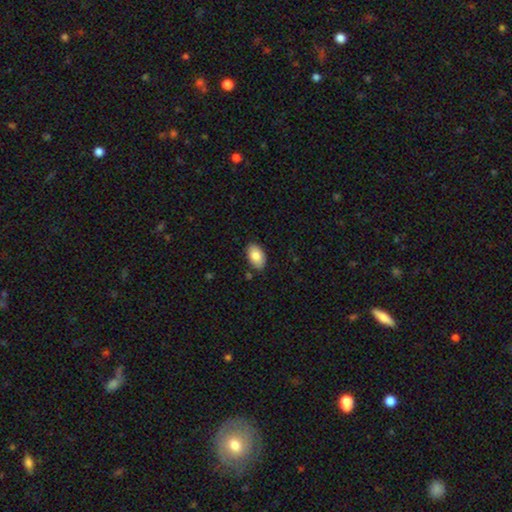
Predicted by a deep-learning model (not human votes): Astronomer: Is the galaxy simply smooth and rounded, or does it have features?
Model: smooth — 85%.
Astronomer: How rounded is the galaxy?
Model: in between — 94%.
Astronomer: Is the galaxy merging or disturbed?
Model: none — 84%.